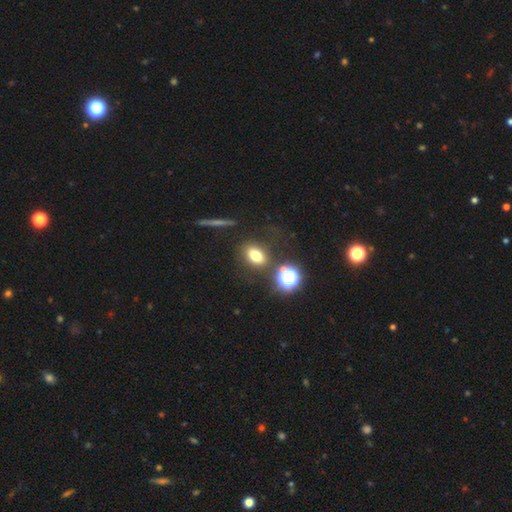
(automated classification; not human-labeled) Q: Smooth or featured?
A: smooth (72%); runner-up: star or artifact (18%)
Q: How rounded?
A: in between (65%); runner-up: round (33%)
Q: Merging?
A: none (77%); runner-up: minor disturbance (11%)